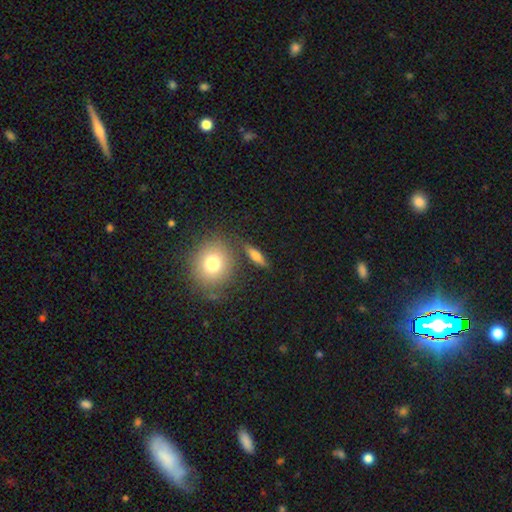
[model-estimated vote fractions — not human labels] A smooth galaxy with no disk features (64%) that is cigar-shaped (53%).

Vote fractions:
- Smooth or featured? smooth: 64% / featured or disk: 26% / star or artifact: 10%
- How rounded? cigar-shaped: 53% / in between: 33% / round: 13%
- Merging? none: 79% / minor disturbance: 11% / merger: 6% / major disturbance: 4%